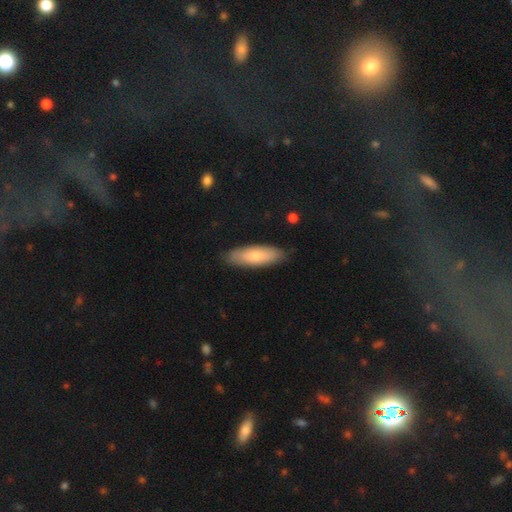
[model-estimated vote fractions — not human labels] Q: Smooth or featured?
A: smooth (72%); runner-up: featured or disk (23%)
Q: How rounded?
A: in between (57%); runner-up: cigar-shaped (41%)
Q: Merging?
A: none (86%); runner-up: minor disturbance (11%)